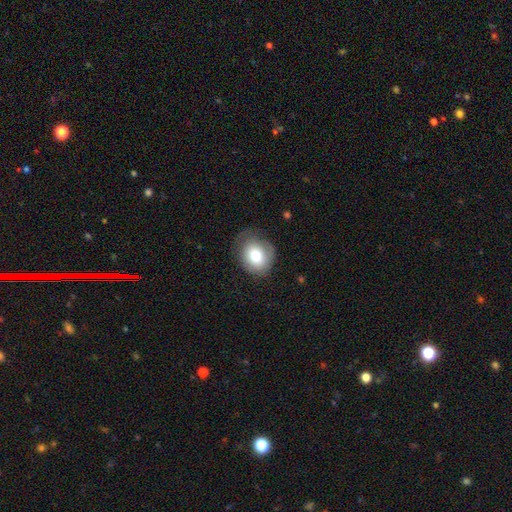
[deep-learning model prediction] Overall: smooth (76%). How rounded: round (60%; in between 39%). Merging: none (64%; minor disturbance 26%).